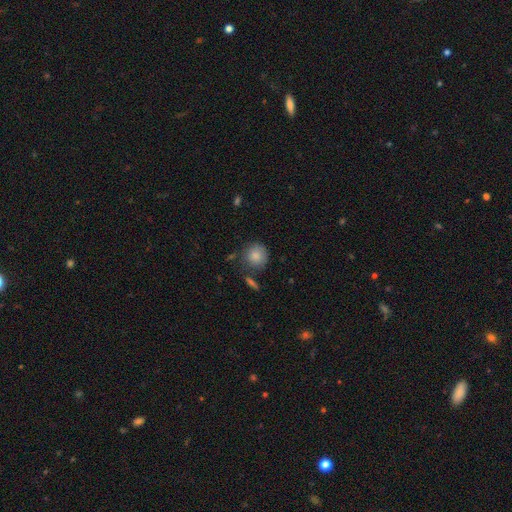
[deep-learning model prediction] Smooth or featured: smooth — 85% (star or artifact — 8%)
How rounded: round — 88% (in between — 11%)
Merging: none — 73% (minor disturbance — 16%)